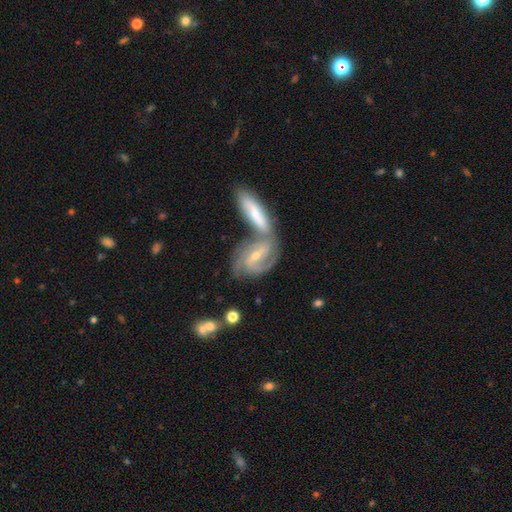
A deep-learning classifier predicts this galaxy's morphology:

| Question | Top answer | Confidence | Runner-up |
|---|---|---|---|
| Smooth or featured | featured or disk | 83% | smooth (12%) |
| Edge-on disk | no | 92% | yes (8%) |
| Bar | weak | 44% | strong (34%) |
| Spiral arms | yes | 95% | no (5%) |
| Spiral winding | tight | 44% | medium (43%) |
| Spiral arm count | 2 | 53% | 3 (18%) |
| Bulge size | small | 58% | moderate (38%) |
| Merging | merger | 44% | none (41%) |